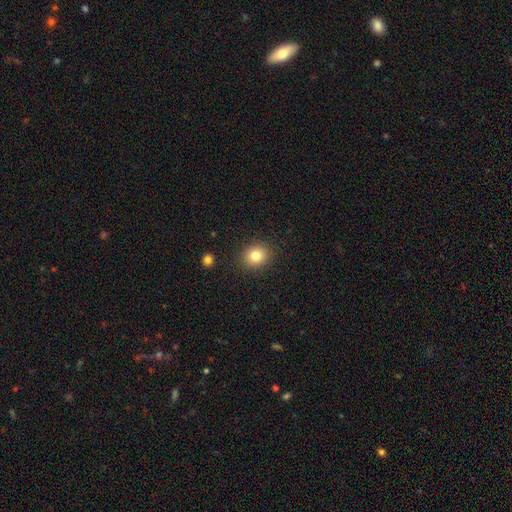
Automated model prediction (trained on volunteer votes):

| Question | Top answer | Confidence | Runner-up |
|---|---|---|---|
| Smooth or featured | smooth | 81% | star or artifact (11%) |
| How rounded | round | 71% | in between (28%) |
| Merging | none | 89% | minor disturbance (8%) |